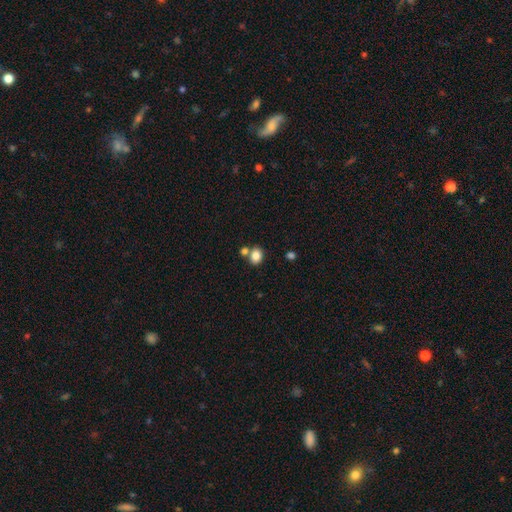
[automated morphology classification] This is clearly a smooth galaxy (84%). How rounded: possibly round (53%). Merging: likely none (63%).